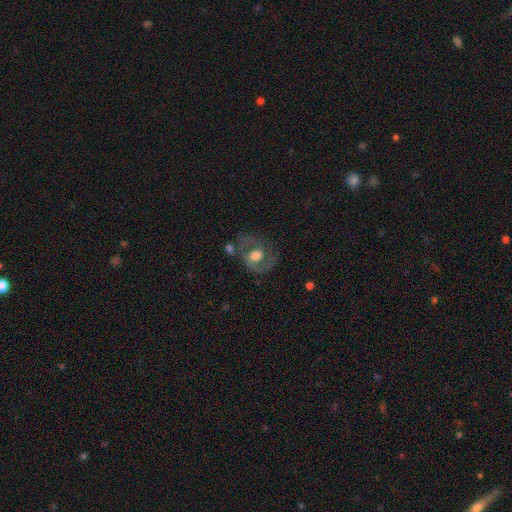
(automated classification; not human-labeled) This is possibly a featured or disk galaxy (56%). It is clearly not viewed edge-on (96%). Bar: likely no (69%). Spiral arm pattern: possibly yes (52%). Central bulge: possibly moderate (52%). Merging: possibly none (57%).